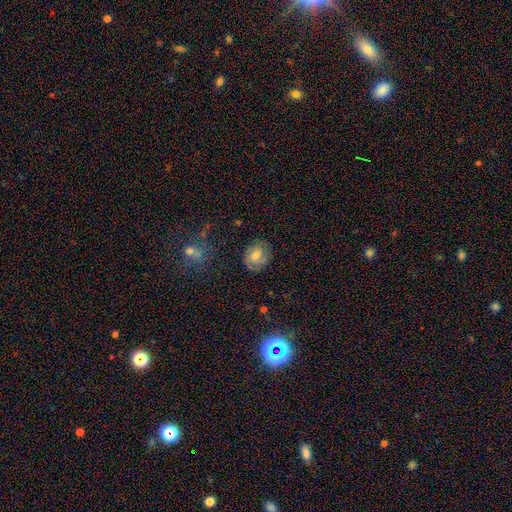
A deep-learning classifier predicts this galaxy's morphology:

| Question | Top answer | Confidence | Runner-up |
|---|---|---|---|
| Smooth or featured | smooth | 48% | featured or disk (43%) |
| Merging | none | 77% | minor disturbance (17%) |